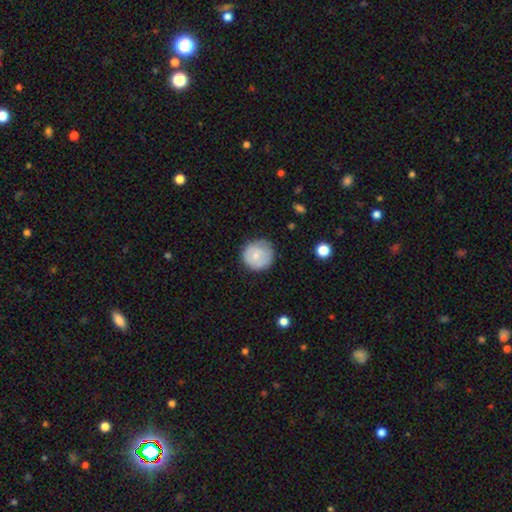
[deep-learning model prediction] Smooth or featured?
  - smooth: 66% *
  - featured or disk: 28%
  - star or artifact: 7%
How rounded?
  - round: 92% *
  - in between: 7%
  - cigar-shaped: 1%
Merging?
  - none: 74% *
  - minor disturbance: 20%
  - major disturbance: 5%
  - merger: 1%